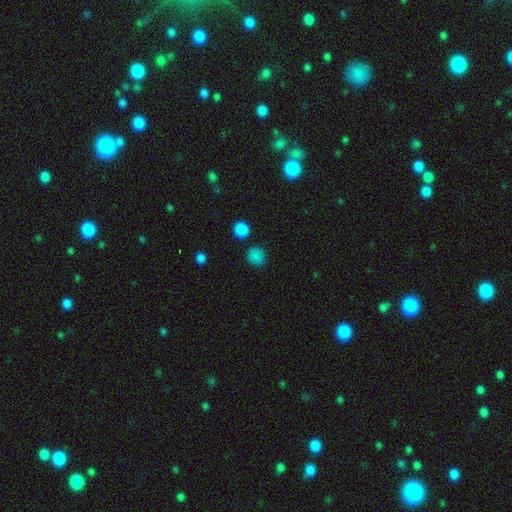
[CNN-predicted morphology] Smooth or featured: smooth — 83% (star or artifact — 14%)
How rounded: round — 84% (in between — 15%)
Merging: none — 83% (minor disturbance — 10%)